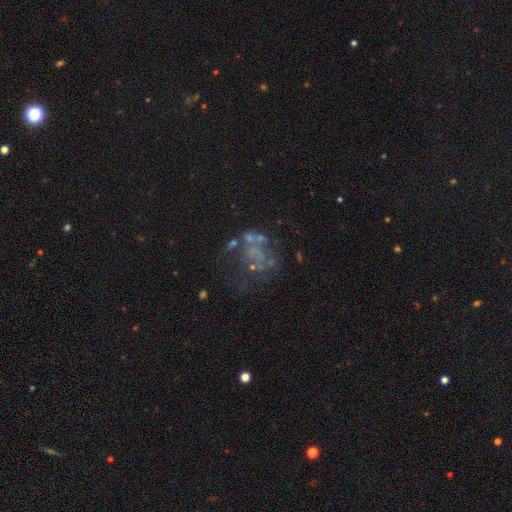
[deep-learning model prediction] A featured or disk galaxy (53%) with no bar (92%), no spiral arms (91%) and no central bulge (81%). Merging: none (42%).